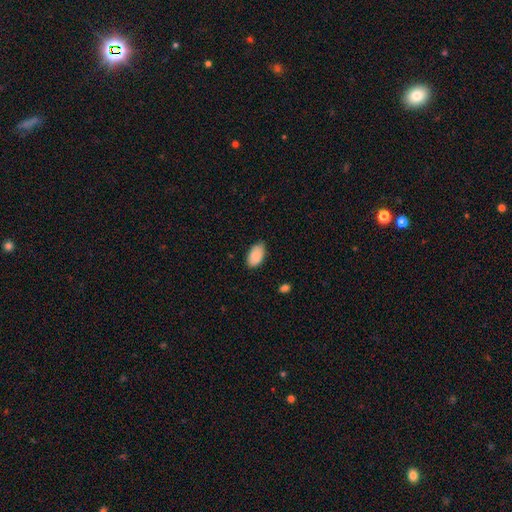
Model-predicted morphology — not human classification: Smooth or featured? smooth (86%)
How rounded? in between (95%)
Merging? none (76%)